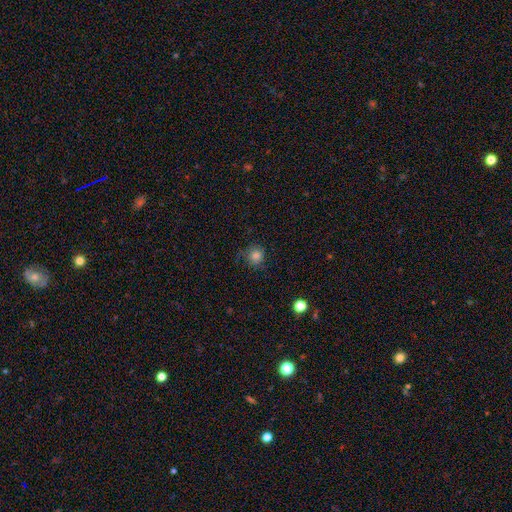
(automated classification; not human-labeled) A smooth galaxy with no disk features (83%) that is round (88%). Merging: none (75%).